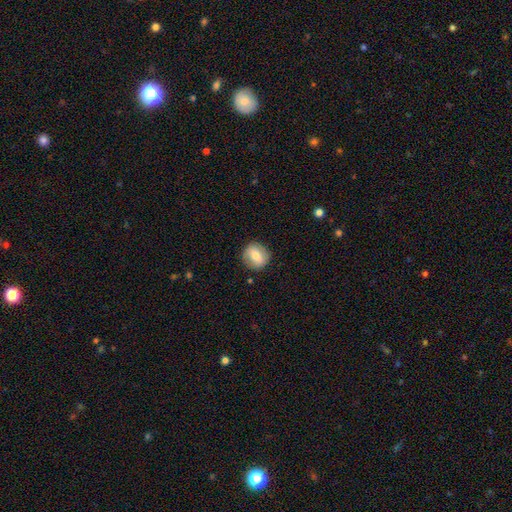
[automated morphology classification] Q: Smooth or featured?
A: smooth (66%); runner-up: featured or disk (27%)
Q: How rounded?
A: round (86%); runner-up: in between (13%)
Q: Merging?
A: none (86%); runner-up: minor disturbance (10%)